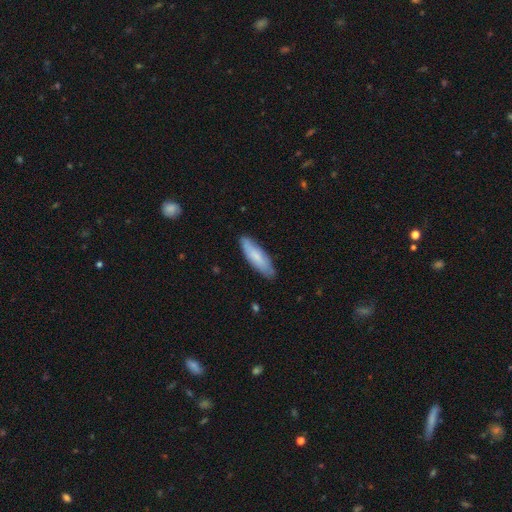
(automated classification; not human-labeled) smooth 77%, featured or disk 18%, star or artifact 5%. Down the decision tree: how rounded — cigar-shaped (59%); merging — none (84%).